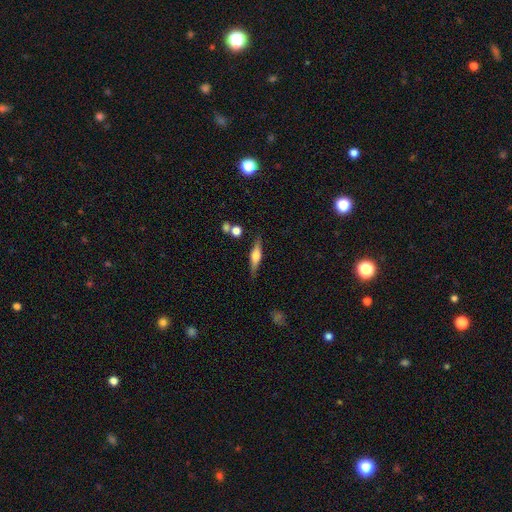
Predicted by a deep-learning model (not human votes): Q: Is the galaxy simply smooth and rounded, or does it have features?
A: featured or disk — 53%.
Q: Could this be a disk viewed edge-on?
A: yes — 94%.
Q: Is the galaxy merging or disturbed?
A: none — 81%.